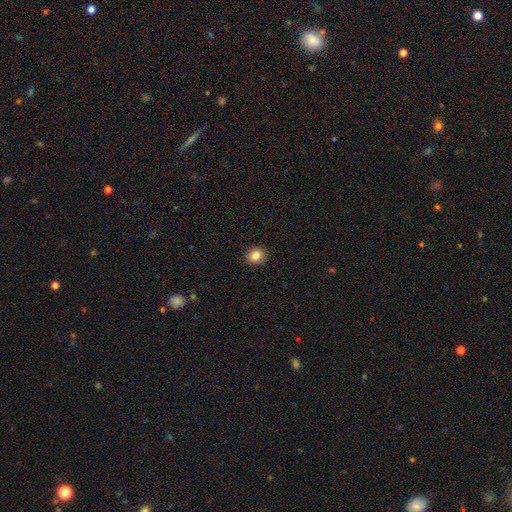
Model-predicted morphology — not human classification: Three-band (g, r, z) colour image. It shows a smooth galaxy with no disk features (84%) that is round (72%). Merging: none (91%).